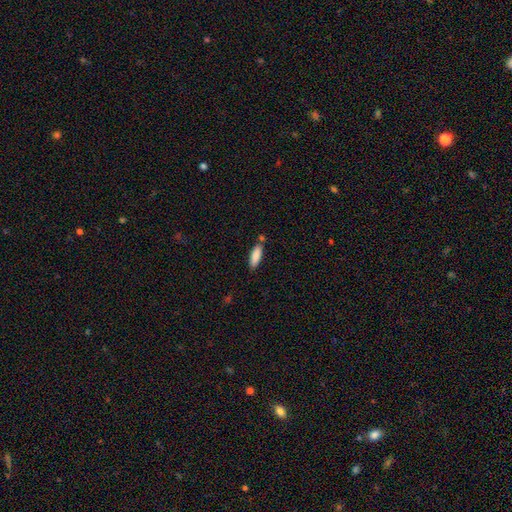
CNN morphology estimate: Overall: smooth (87%). How rounded: in between (55%; cigar-shaped 43%). Merging: none (72%).